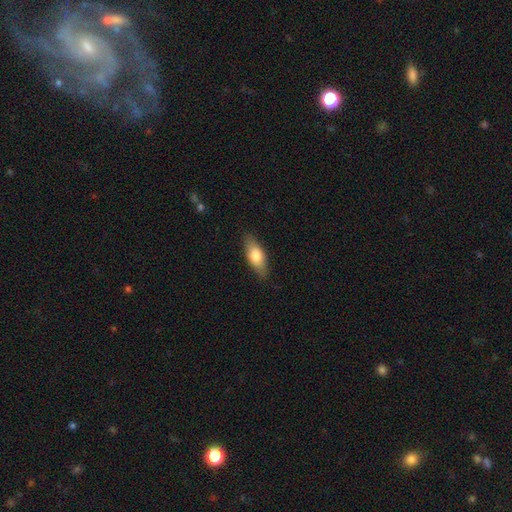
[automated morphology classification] Smooth or featured: smooth — 72% (featured or disk — 22%)
How rounded: in between — 74% (cigar-shaped — 23%)
Merging: none — 86% (minor disturbance — 11%)